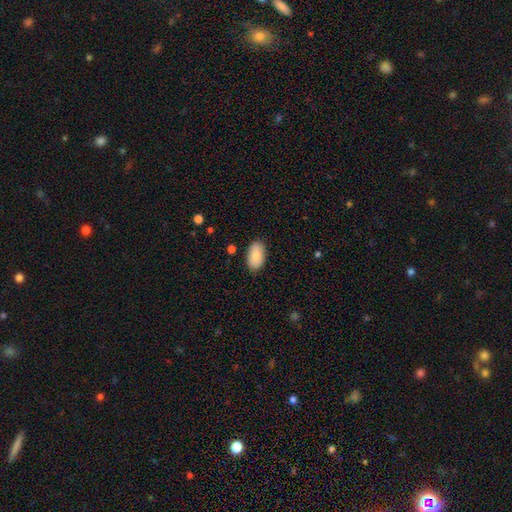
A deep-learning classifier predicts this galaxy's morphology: Overall: smooth (82%). How rounded: in between (94%). Merging: none (85%).